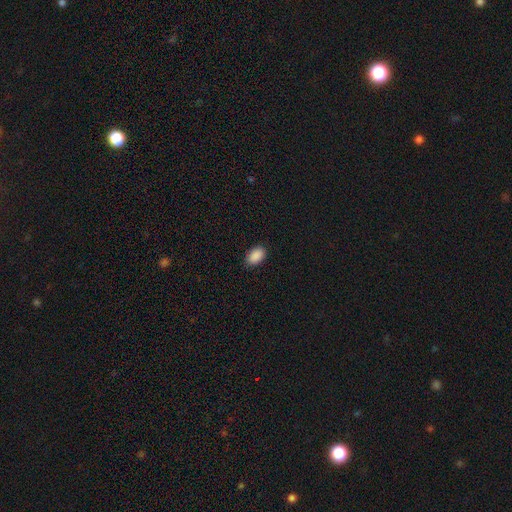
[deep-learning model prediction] Q: Smooth or featured?
A: smooth (90%); runner-up: star or artifact (7%)
Q: How rounded?
A: in between (91%); runner-up: round (8%)
Q: Merging?
A: none (87%); runner-up: minor disturbance (10%)